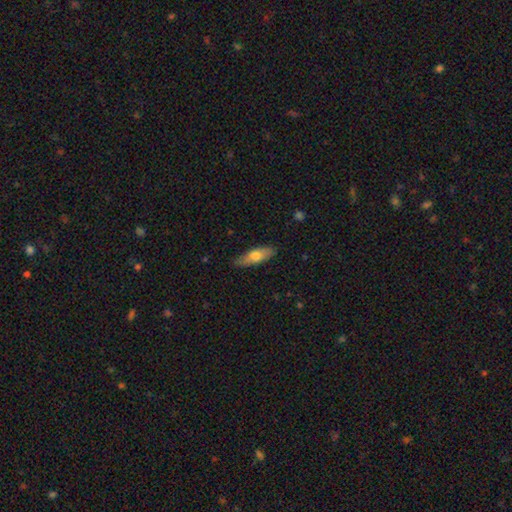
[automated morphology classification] A smooth galaxy with no disk features (66%) that is in between round and cigar-shaped (62%). Merging: none (82%).